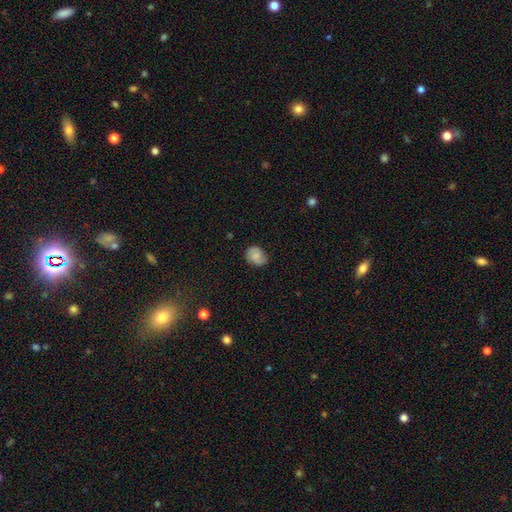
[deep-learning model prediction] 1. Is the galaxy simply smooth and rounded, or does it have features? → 69% smooth, 22% featured or disk, 9% star or artifact.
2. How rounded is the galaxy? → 55% round, 45% in between, 1% cigar-shaped.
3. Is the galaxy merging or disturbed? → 72% none, 23% minor disturbance, 5% major disturbance, 1% merger.